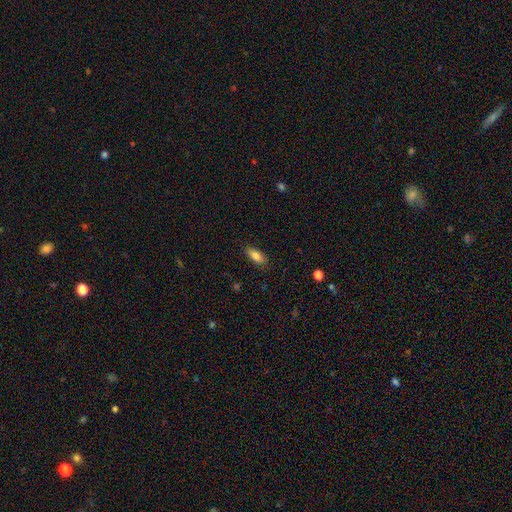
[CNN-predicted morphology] This appears to be a smooth galaxy with no disk features (85%) that is in between round and cigar-shaped (81%). Merging: none (85%).